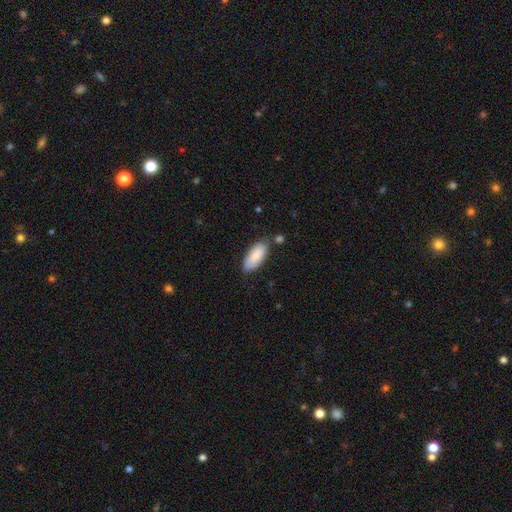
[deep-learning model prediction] A smooth galaxy with no disk features (86%) that is in between round and cigar-shaped (86%). Merging: none (71%).